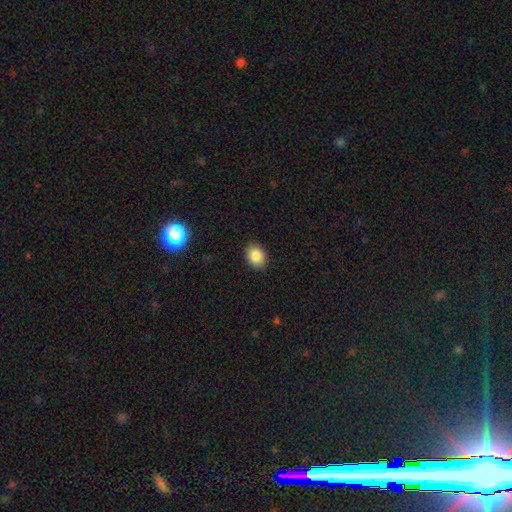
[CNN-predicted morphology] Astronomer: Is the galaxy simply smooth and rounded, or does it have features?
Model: smooth — 86%.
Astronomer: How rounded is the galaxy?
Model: in between — 61% (runner-up: round, 38%).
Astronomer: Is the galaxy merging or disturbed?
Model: none — 88%.